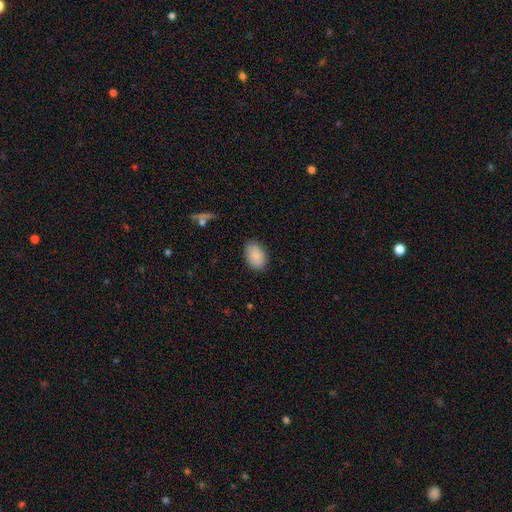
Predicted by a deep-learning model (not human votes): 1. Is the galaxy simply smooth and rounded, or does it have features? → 88% smooth, 7% star or artifact, 5% featured or disk.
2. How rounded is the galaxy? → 89% in between, 10% round, 1% cigar-shaped.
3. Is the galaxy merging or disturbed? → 87% none, 10% minor disturbance, 2% major disturbance, 1% merger.